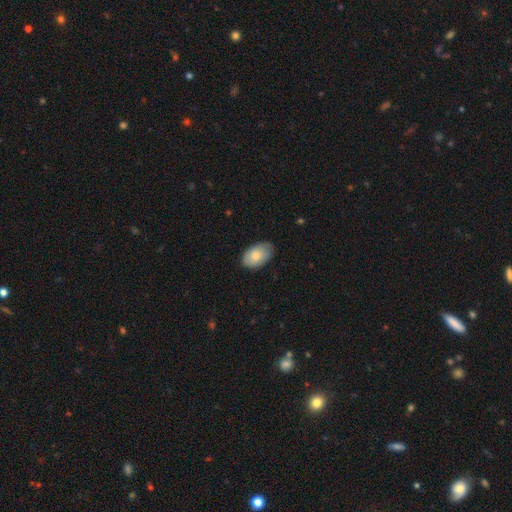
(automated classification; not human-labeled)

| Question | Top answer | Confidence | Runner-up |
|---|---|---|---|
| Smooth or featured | smooth | 78% | featured or disk (16%) |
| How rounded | in between | 92% | round (7%) |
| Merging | none | 77% | minor disturbance (19%) |